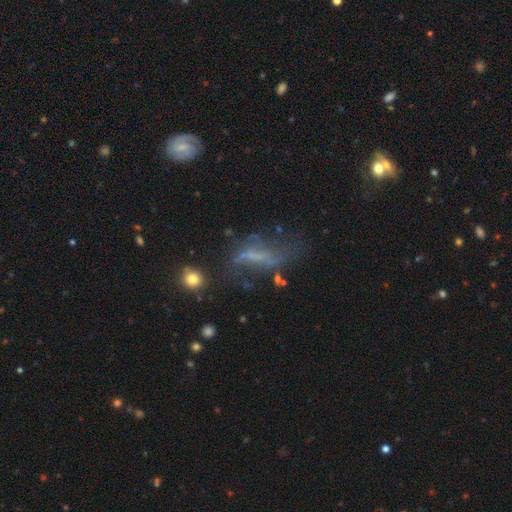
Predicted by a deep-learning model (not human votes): Q: Smooth or featured?
A: featured or disk (51%); runner-up: smooth (28%)
Q: Edge-on disk?
A: no (81%); runner-up: yes (19%)
Q: Merging?
A: major disturbance (36%); tied with: none (36%)